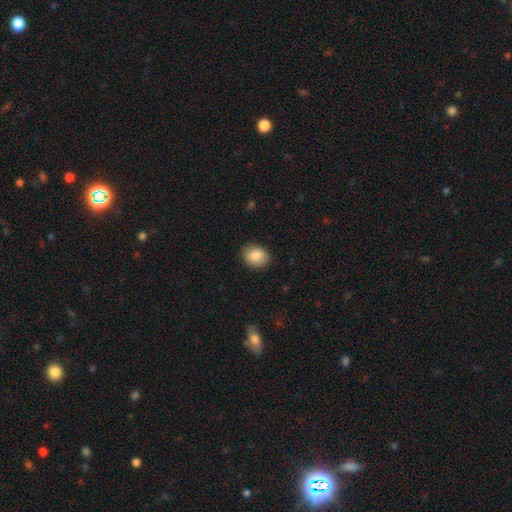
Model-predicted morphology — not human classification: A smooth galaxy with no disk features (87%) that is round (59%). Merging: none (88%).